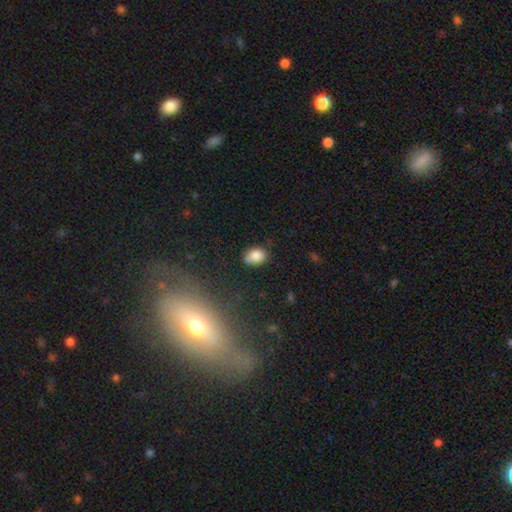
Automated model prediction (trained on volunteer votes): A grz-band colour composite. It shows a smooth galaxy with no disk features (83%) that is in between round and cigar-shaped (69%). Merging: none (70%).